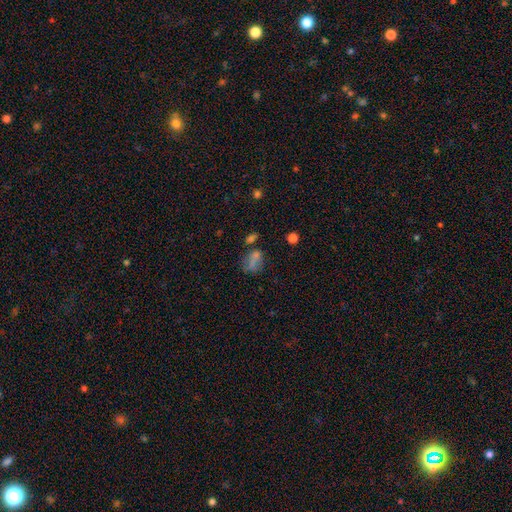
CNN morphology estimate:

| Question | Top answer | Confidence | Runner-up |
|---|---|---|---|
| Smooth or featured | smooth | 49% | star or artifact (29%) |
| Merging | none | 46% | minor disturbance (20%) |